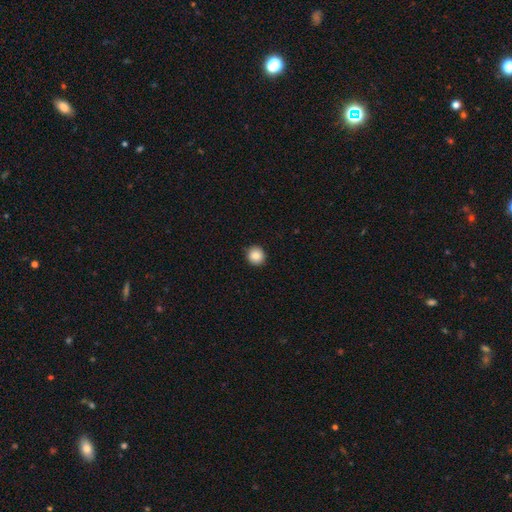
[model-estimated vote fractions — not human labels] A smooth galaxy with no disk features (86%) that is round (93%). Merging: none (91%).